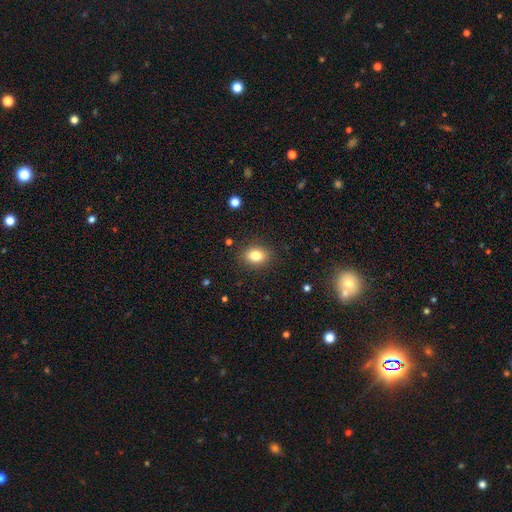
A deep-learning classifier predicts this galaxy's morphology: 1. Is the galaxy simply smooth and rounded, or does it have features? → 82% smooth, 10% star or artifact, 8% featured or disk.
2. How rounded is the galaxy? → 66% in between, 33% round, 1% cigar-shaped.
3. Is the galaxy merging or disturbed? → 88% none, 9% minor disturbance, 3% major disturbance, 1% merger.